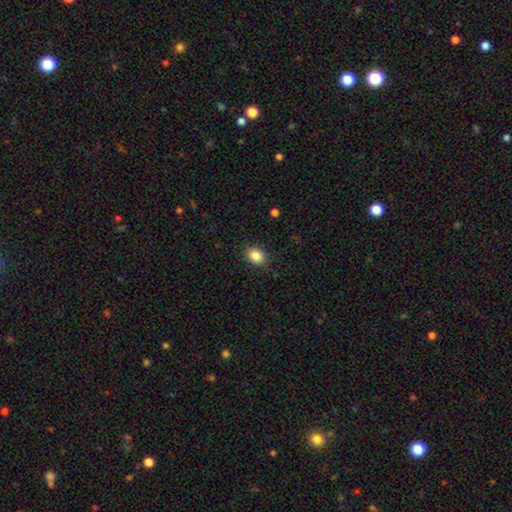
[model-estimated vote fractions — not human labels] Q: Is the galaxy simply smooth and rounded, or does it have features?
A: smooth — 86%.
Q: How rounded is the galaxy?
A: in between — 60%.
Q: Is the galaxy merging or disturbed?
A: none — 86%.